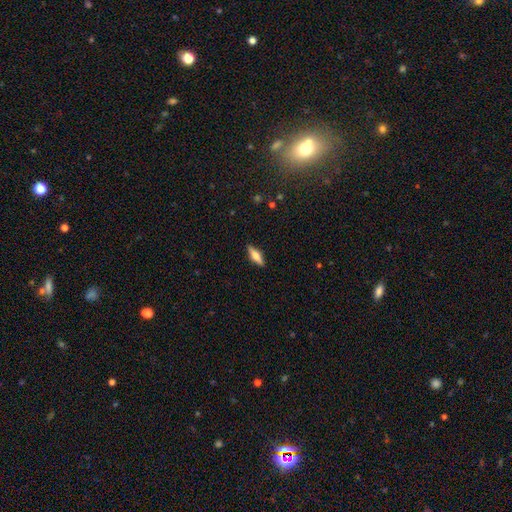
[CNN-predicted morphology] The model was most divided on "how rounded": cigar-shaped: 52%, in between: 46%, round: 3%. More confident: merging — none (88%); smooth or featured — smooth (52%).